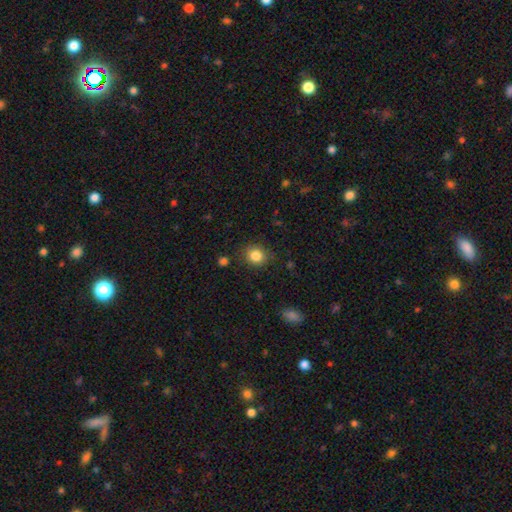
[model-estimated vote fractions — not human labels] Q: Smooth or featured?
A: smooth (85%); runner-up: star or artifact (10%)
Q: How rounded?
A: round (80%); runner-up: in between (19%)
Q: Merging?
A: none (85%); runner-up: minor disturbance (10%)